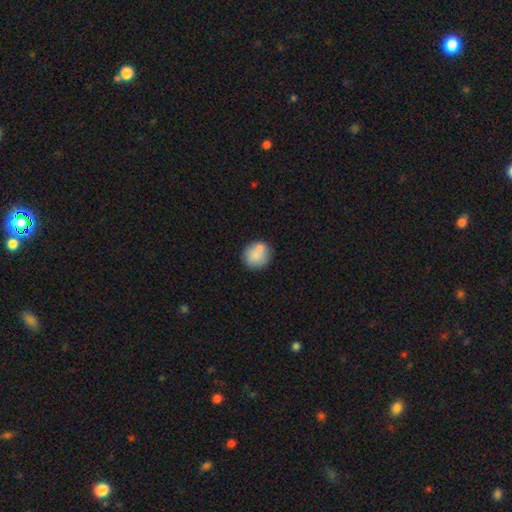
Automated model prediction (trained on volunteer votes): Overall: smooth (79%). How rounded: round (85%). Merging: none (66%).